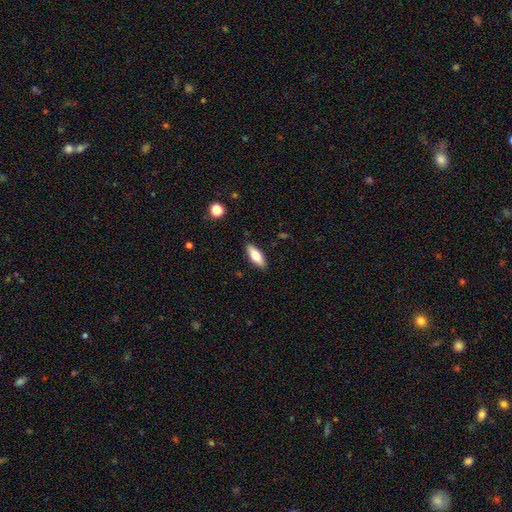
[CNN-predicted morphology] A smooth galaxy with no disk features (72%) that is in between round and cigar-shaped (69%).

Vote fractions:
- Smooth or featured? smooth: 72% / featured or disk: 22% / star or artifact: 6%
- How rounded? in between: 69% / cigar-shaped: 29% / round: 2%
- Merging? none: 88% / minor disturbance: 9% / major disturbance: 2% / merger: 1%